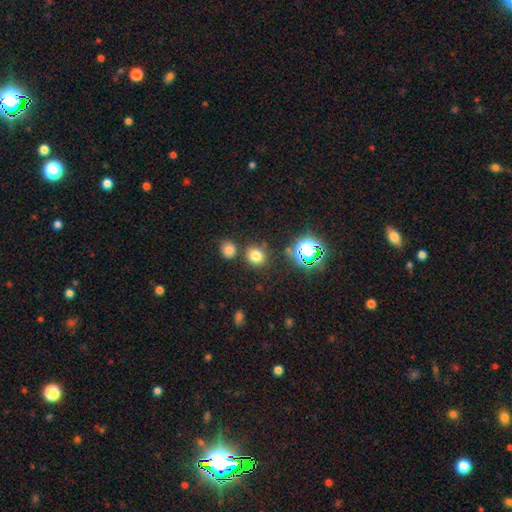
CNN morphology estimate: Q: Smooth or featured?
A: smooth (74%); runner-up: star or artifact (19%)
Q: How rounded?
A: round (80%); runner-up: in between (19%)
Q: Merging?
A: none (79%); runner-up: merger (9%)